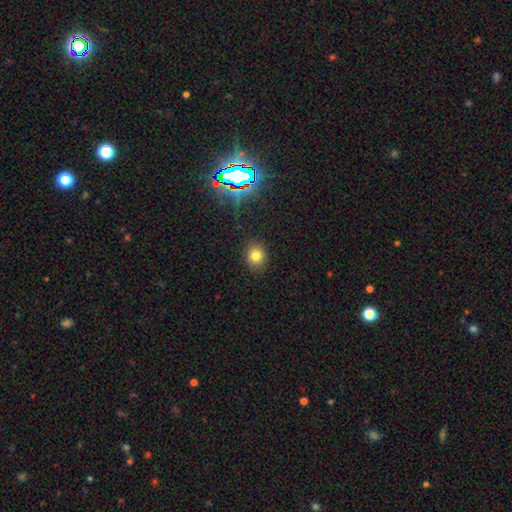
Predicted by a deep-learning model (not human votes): This appears to be a smooth galaxy with no disk features (77%) that is round (70%). Merging: none (88%).